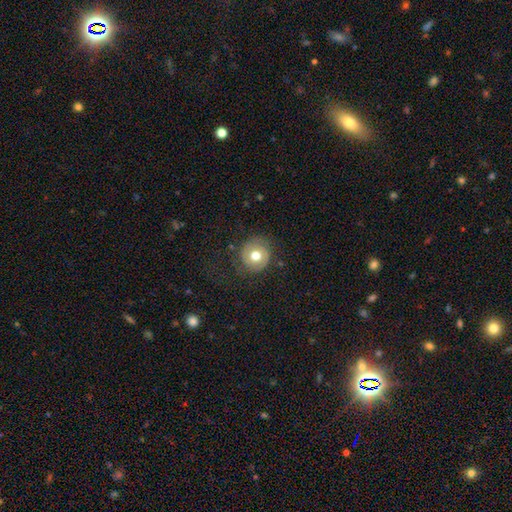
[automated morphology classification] smooth 56%, featured or disk 35%, star or artifact 8%. Down the decision tree: how rounded — round (86%); merging — none (76%).